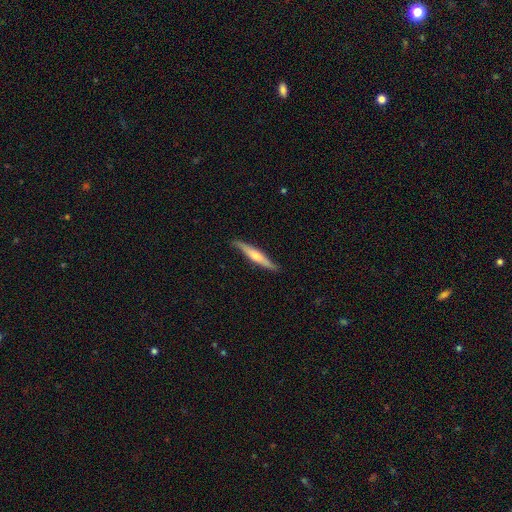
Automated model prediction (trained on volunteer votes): Smooth or featured?
  - featured or disk: 52% *
  - smooth: 43%
  - star or artifact: 5%
Edge-on disk?
  - yes: 92% *
  - no: 8%
Merging?
  - none: 84% *
  - minor disturbance: 13%
  - major disturbance: 2%
  - merger: 1%